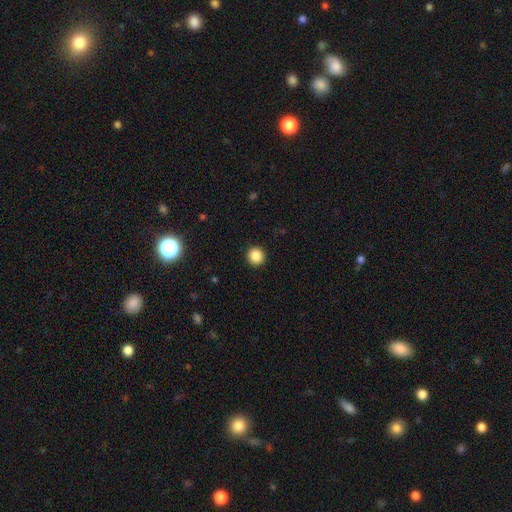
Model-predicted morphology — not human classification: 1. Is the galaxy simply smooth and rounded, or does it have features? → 86% smooth, 10% star or artifact, 4% featured or disk.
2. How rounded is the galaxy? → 92% round, 7% in between, 1% cigar-shaped.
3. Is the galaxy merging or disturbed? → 93% none, 5% minor disturbance, 2% major disturbance, 1% merger.